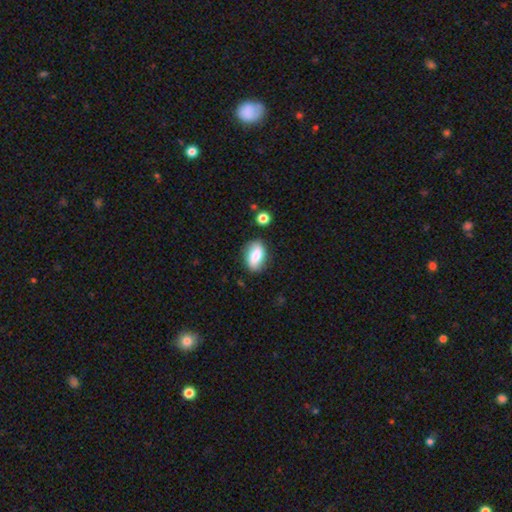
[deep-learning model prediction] Smooth or featured? smooth (76%)
How rounded? in between (86%)
Merging? none (79%)